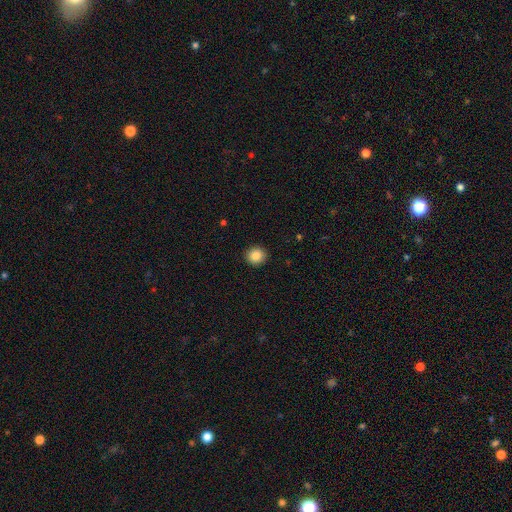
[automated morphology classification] A smooth galaxy with no disk features (86%) that is round (90%).

Vote fractions:
- Smooth or featured? smooth: 86% / star or artifact: 9% / featured or disk: 5%
- How rounded? round: 90% / in between: 9% / cigar-shaped: 1%
- Merging? none: 92% / minor disturbance: 5% / major disturbance: 2% / merger: 1%